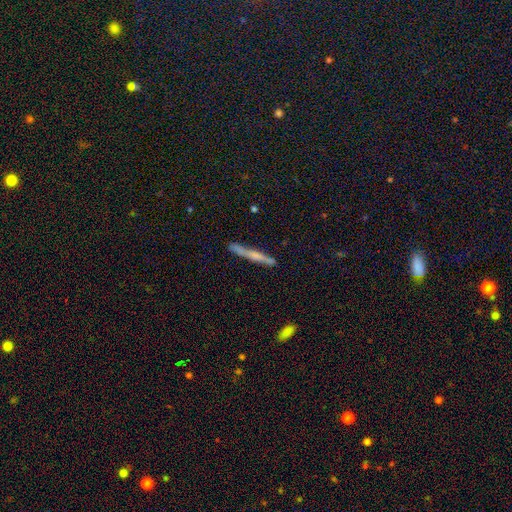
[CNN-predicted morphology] type=smooth (49%); merging=none (79%).